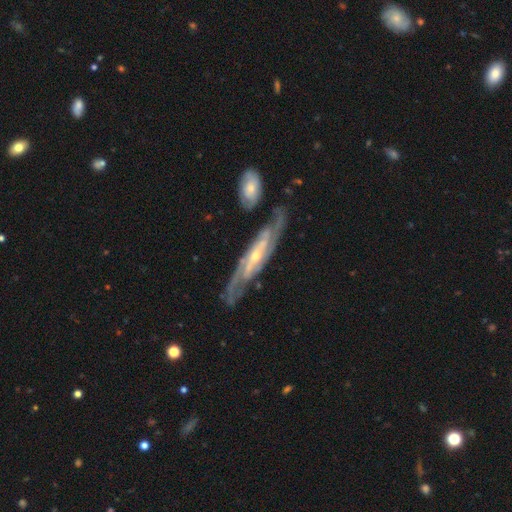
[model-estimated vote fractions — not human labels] Overall: featured or disk (90%). Edge-on disk: no (80%). Bar: no (34%, tied with weak). Spiral arms: yes (96%). Spiral arm count: 2 (73%). Spiral winding: tight (44%; medium 43%). Bulge size: small (59%; moderate 37%). Merging: none (72%).